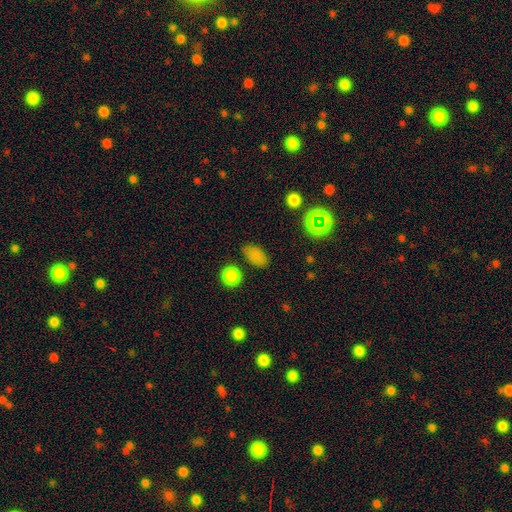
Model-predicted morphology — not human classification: Smooth or featured? smooth (79%)
How rounded? in between (87%)
Merging? none (81%)